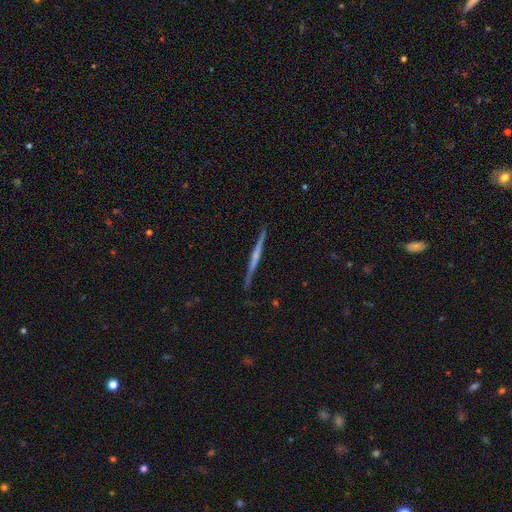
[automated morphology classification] smooth-or-featured: featured or disk: 70% | smooth: 25% | star or artifact: 6%
  disk-edge-on: yes: 98% | no: 2%
    edge-on-bulge: none: 50% | rounded: 38% | boxy: 12%
  merging: none: 89% | minor disturbance: 8% | major disturbance: 2% | merger: 1%